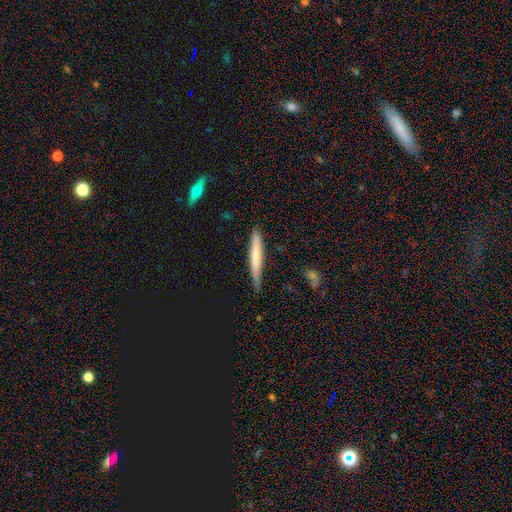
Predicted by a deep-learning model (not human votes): Smooth or featured? smooth (66%)
How rounded? cigar-shaped (94%)
Merging? none (70%)